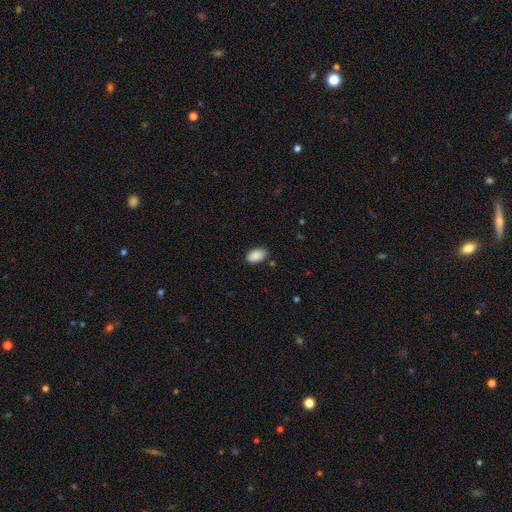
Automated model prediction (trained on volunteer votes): Smooth or featured? smooth (89%)
How rounded? in between (94%)
Merging? none (85%)